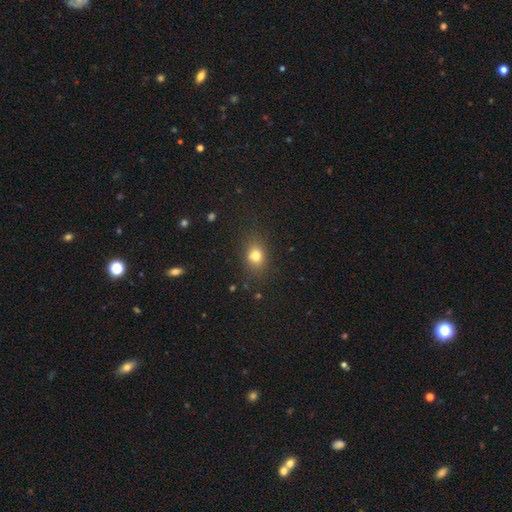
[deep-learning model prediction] Morphology: type=smooth (77%); roundness=in between (49%, tied with round); merging=none (80%).